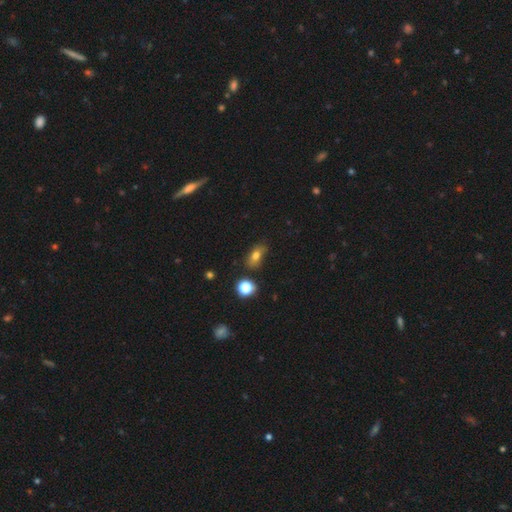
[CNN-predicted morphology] A smooth galaxy with no disk features (75%) that is in between round and cigar-shaped (79%). Merging: none (65%).